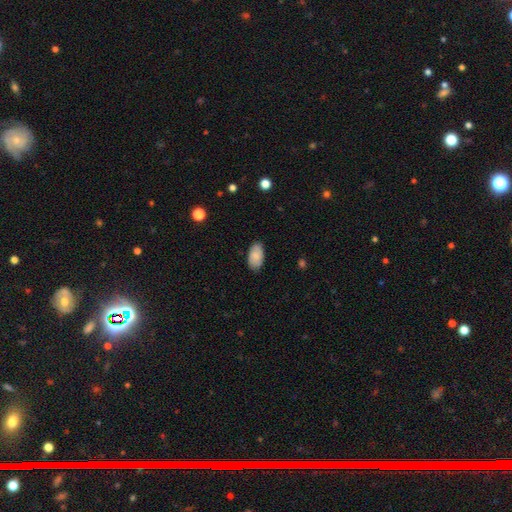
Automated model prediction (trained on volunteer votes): Overall: smooth (86%). How rounded: in between (95%). Merging: none (85%).